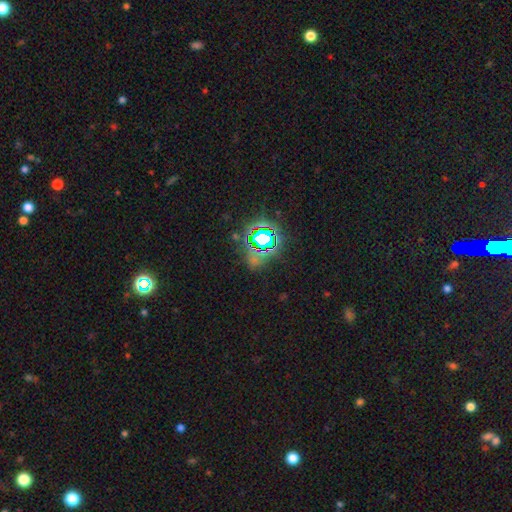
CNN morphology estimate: Overall: star or artifact (71%).